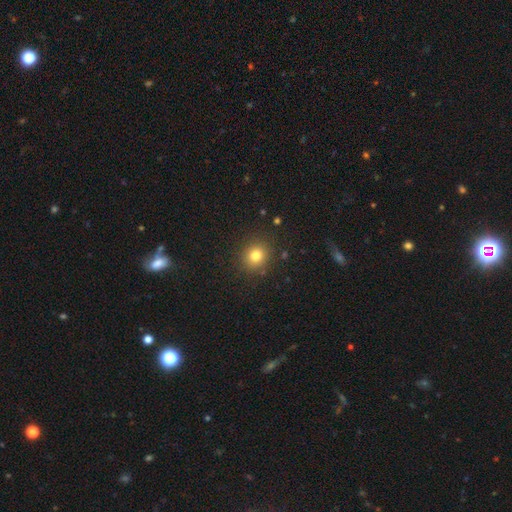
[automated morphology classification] This is likely a smooth galaxy (79%). How rounded: clearly round (85%). Merging: clearly none (88%).